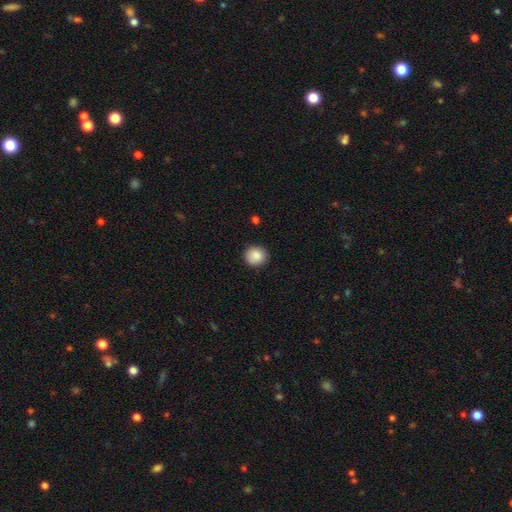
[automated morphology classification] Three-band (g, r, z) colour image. It shows a smooth galaxy with no disk features (88%) that is round (89%). Merging: none (88%).